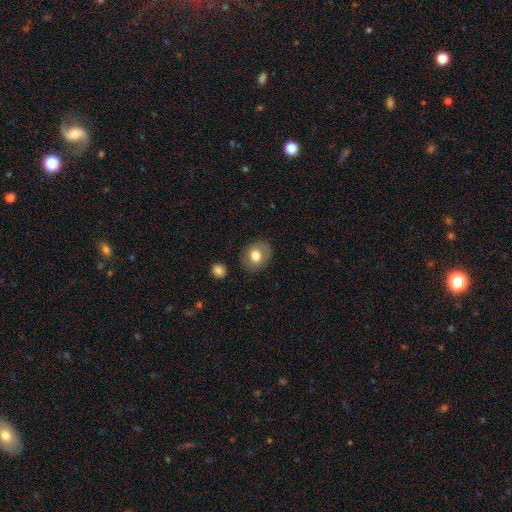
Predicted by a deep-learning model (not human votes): Smooth or featured? Predicted: smooth (p=0.73). How rounded? Predicted: round (p=0.55). Merging? Predicted: none (p=0.85).